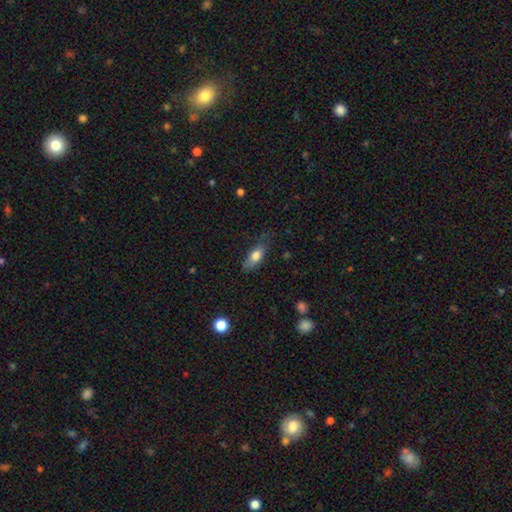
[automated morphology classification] type=smooth (74%); roundness=in between (74%); merging=none (66%).